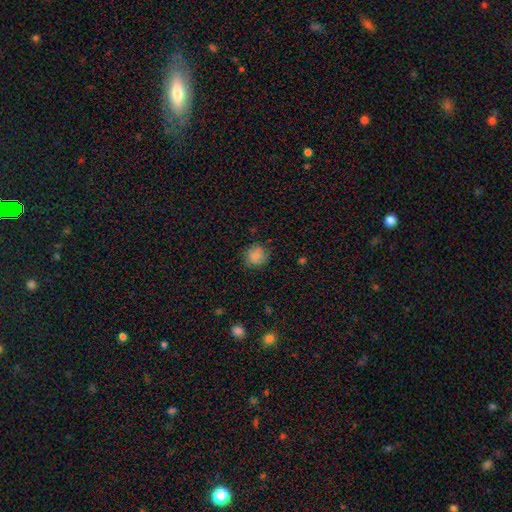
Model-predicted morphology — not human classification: This appears to be a smooth galaxy with no disk features (75%) that is round (84%). Merging: none (75%).